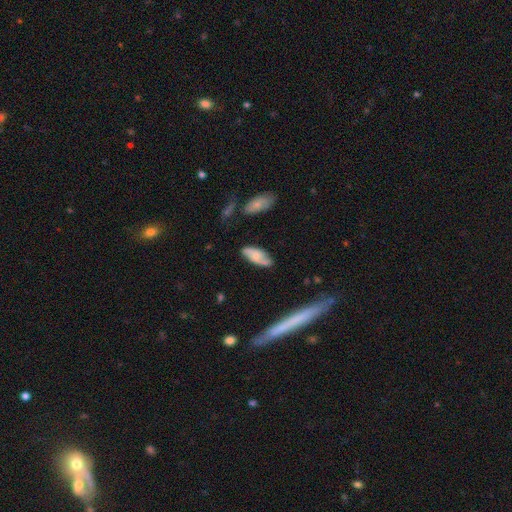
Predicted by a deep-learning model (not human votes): smooth-or-featured: featured or disk: 49% | smooth: 44% | star or artifact: 7%
  merging: none: 74% | minor disturbance: 20% | major disturbance: 4% | merger: 2%